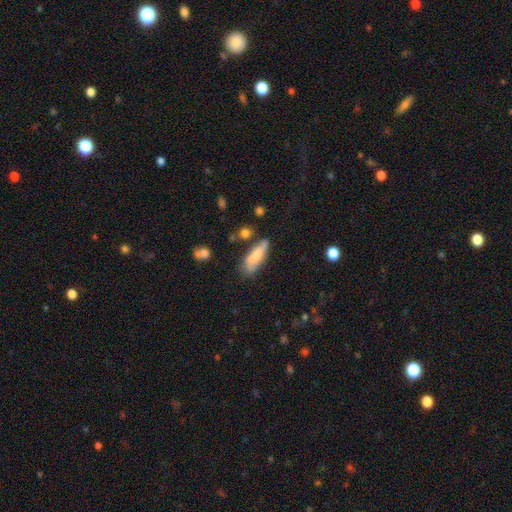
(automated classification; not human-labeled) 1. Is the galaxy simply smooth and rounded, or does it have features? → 68% smooth, 25% featured or disk, 7% star or artifact.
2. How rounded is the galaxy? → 56% in between, 41% cigar-shaped, 2% round.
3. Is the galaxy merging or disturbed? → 49% none, 26% minor disturbance, 14% merger, 11% major disturbance.